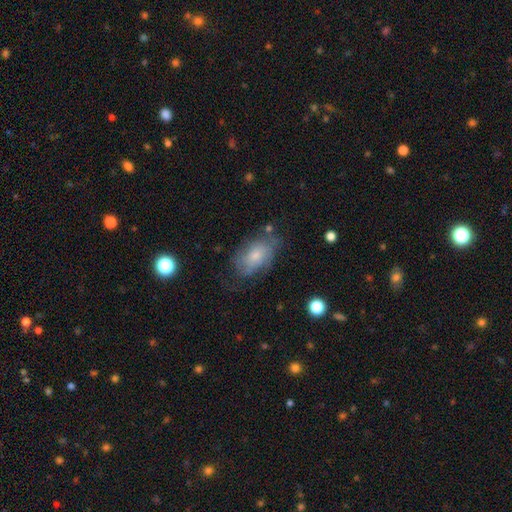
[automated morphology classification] Smooth or featured? smooth (59%)
How rounded? in between (90%)
Merging? none (56%)